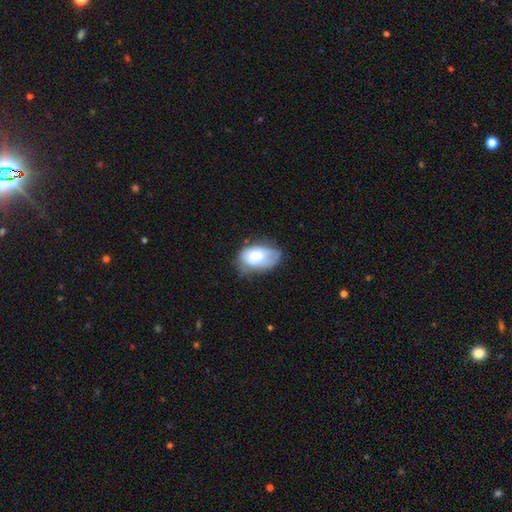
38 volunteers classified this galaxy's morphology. Smooth or featured? smooth (79%)
How rounded? in between (83%)
Merging? none (45%)